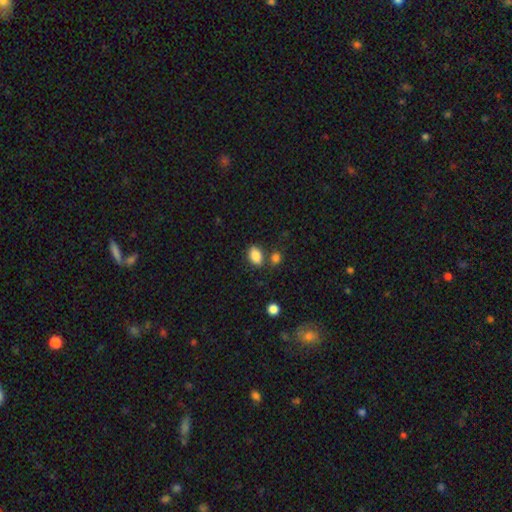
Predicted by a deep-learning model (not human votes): Overall: smooth (86%). How rounded: in between (87%). Merging: none (72%).